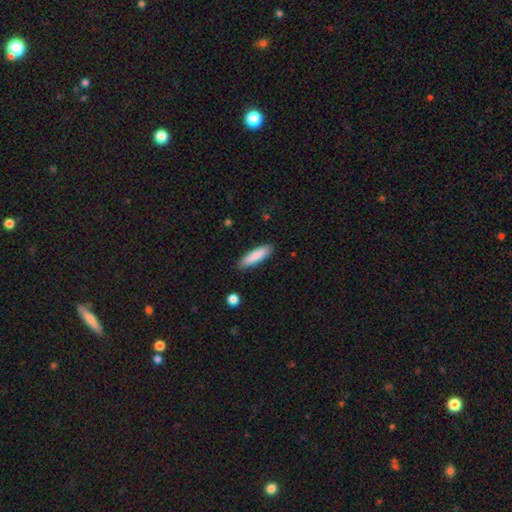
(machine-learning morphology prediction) Smooth or featured: smooth — 86% (featured or disk — 8%)
How rounded: cigar-shaped — 72% (in between — 27%)
Merging: none — 89% (minor disturbance — 8%)